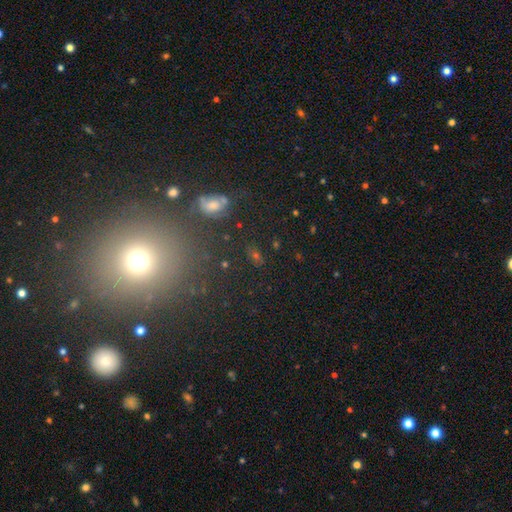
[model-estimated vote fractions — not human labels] A smooth galaxy with no disk features (43%).

Vote fractions:
- Smooth or featured? smooth: 43% / star or artifact: 41% / featured or disk: 16%
- Merging? none: 70% / minor disturbance: 13% / merger: 8% / major disturbance: 8%